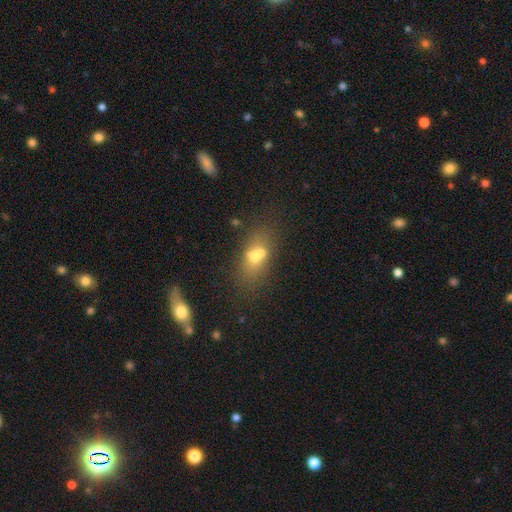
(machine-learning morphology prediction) This is possibly a smooth galaxy (55%). How rounded: likely in between (69%). Merging: marginally merger (44%).